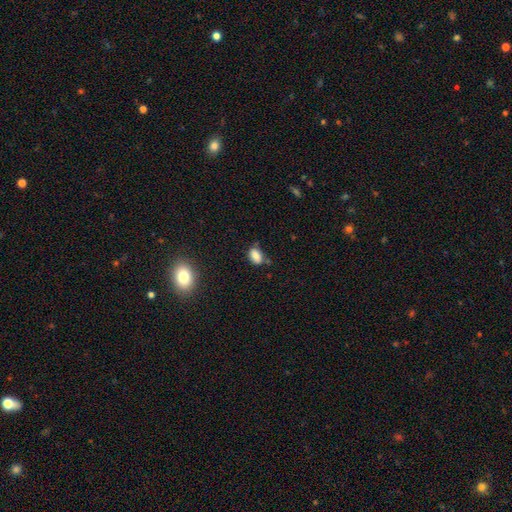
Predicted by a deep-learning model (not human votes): A smooth galaxy with no disk features (82%) that is in between round and cigar-shaped (84%). Merging: none (57%).